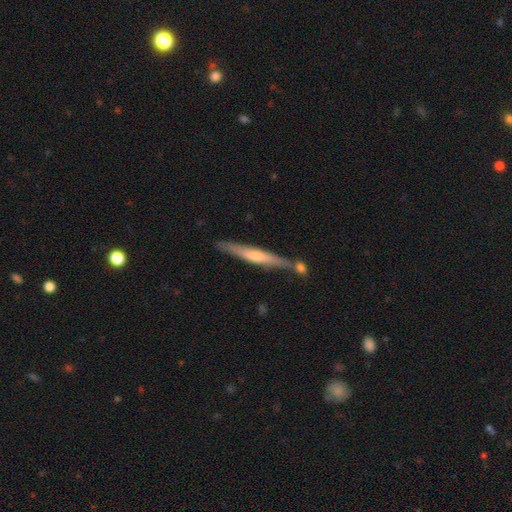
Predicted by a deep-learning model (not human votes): This appears to be a featured or disk galaxy (73%) viewed edge-on (97%) with a rounded central bulge (71%). Merging: none (81%).